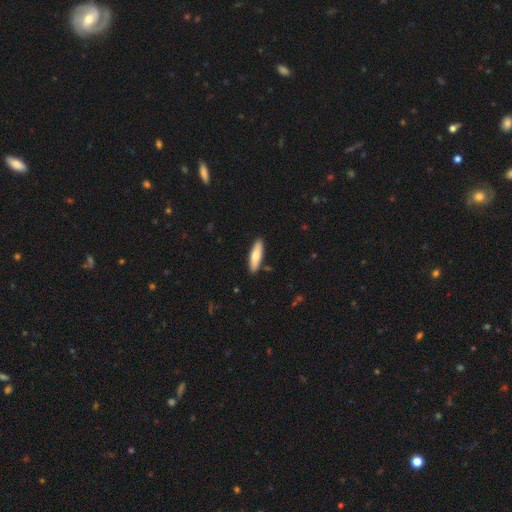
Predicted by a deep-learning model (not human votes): A smooth galaxy with no disk features (76%) that is cigar-shaped (64%).

Vote fractions:
- Smooth or featured? smooth: 76% / featured or disk: 19% / star or artifact: 5%
- How rounded? cigar-shaped: 64% / in between: 34% / round: 2%
- Merging? none: 88% / minor disturbance: 9% / merger: 2% / major disturbance: 2%